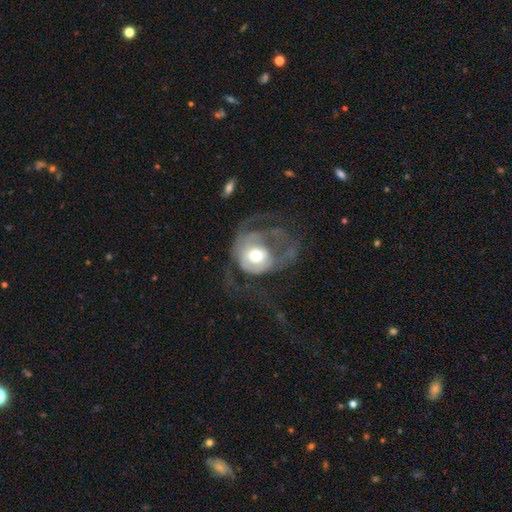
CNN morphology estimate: A featured or disk galaxy (56%) with no bar (78%), no spiral arms (52%) and a moderate central bulge (64%).

Vote fractions:
- Smooth or featured? featured or disk: 56% / smooth: 37% / star or artifact: 7%
- Edge-on disk? no: 97% / yes: 3%
- Bar? no: 78% / weak: 16% / strong: 5%
- Spiral arms? no: 52% / yes: 48%
- Bulge size? moderate: 64% / large: 24% / small: 8% / dominant: 3% / none: 1%
- Merging? major disturbance: 61% / none: 23% / minor disturbance: 13% / merger: 3%